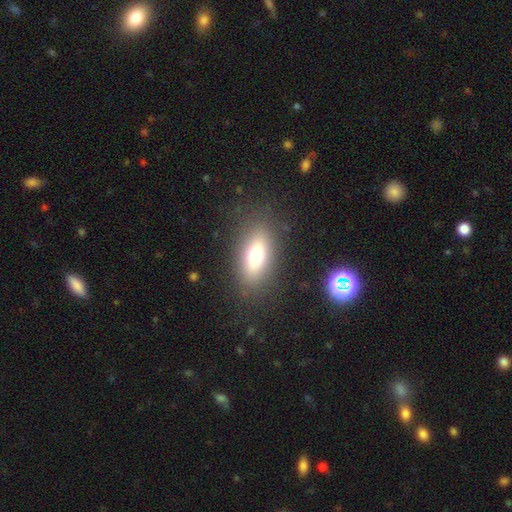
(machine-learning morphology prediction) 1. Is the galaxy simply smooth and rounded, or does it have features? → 70% smooth, 19% featured or disk, 11% star or artifact.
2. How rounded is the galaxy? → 82% in between, 11% cigar-shaped, 7% round.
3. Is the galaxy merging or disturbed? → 84% none, 10% minor disturbance, 5% major disturbance, 1% merger.